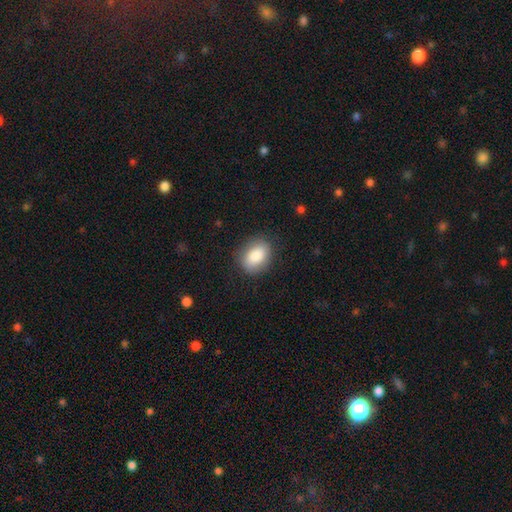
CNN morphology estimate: Smooth or featured? smooth (85%)
How rounded? in between (73%)
Merging? none (82%)